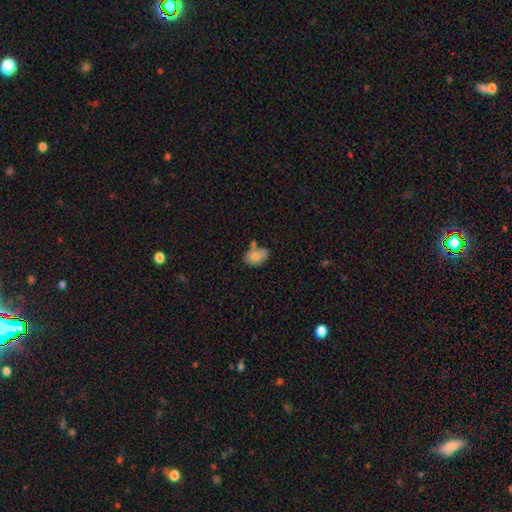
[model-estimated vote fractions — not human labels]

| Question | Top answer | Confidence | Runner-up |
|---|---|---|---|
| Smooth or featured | smooth | 79% | featured or disk (13%) |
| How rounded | in between | 84% | round (15%) |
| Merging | none | 53% | minor disturbance (24%) |